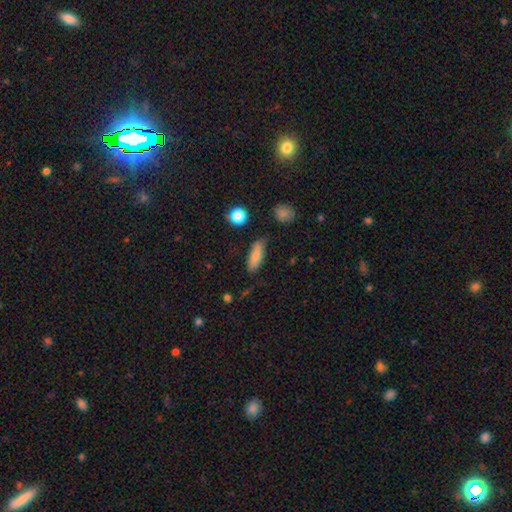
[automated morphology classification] Smooth or featured? smooth (81%)
How rounded? in between (58%)
Merging? none (76%)